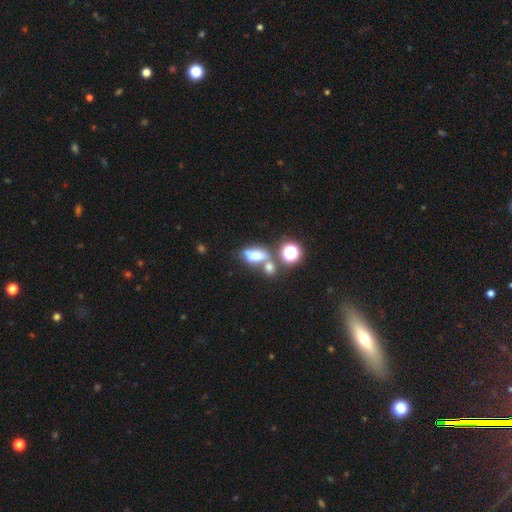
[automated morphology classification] This is likely a smooth galaxy (61%). How rounded: likely in between (72%). Merging: marginally none (40%).